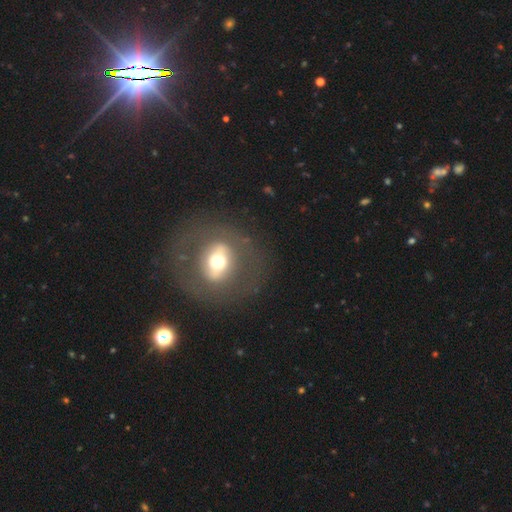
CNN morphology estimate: featured or disk 56%, smooth 24%, star or artifact 20%. Down the decision tree: edge-on disk — no (86%); merging — none (82%).